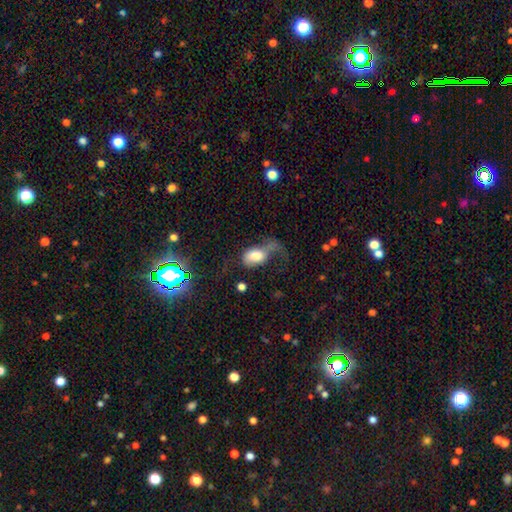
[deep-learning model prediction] This appears to be a smooth galaxy with no disk features (65%) that is in between round and cigar-shaped (83%). Merging: major disturbance (55%).